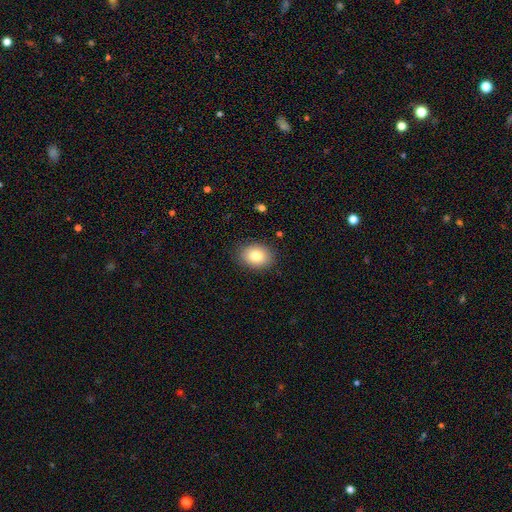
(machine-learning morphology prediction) The model was most divided on "how rounded": in between: 71%, round: 28%, cigar-shaped: 1%. More confident: merging — none (86%); smooth or featured — smooth (85%).